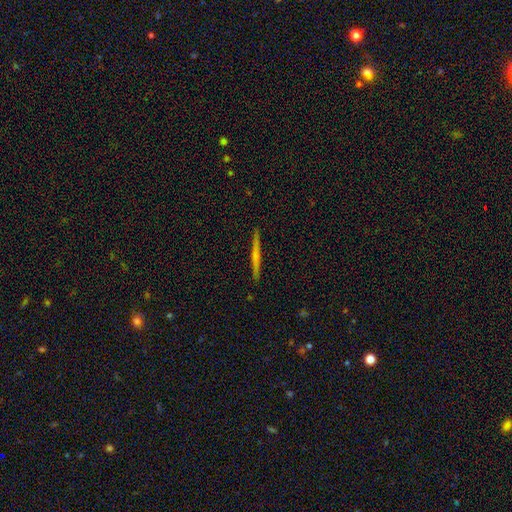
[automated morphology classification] Q: Smooth or featured?
A: featured or disk (51%); runner-up: smooth (43%)
Q: Edge-on disk?
A: yes (98%); runner-up: no (2%)
Q: Merging?
A: none (92%); runner-up: minor disturbance (6%)